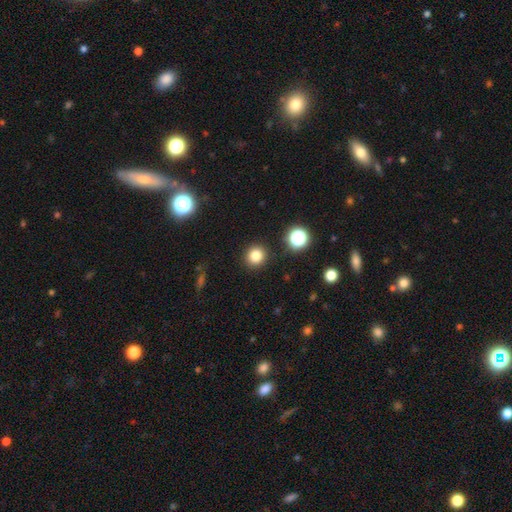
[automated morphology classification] This appears to be a smooth galaxy with no disk features (81%) that is round (91%). Merging: none (90%).